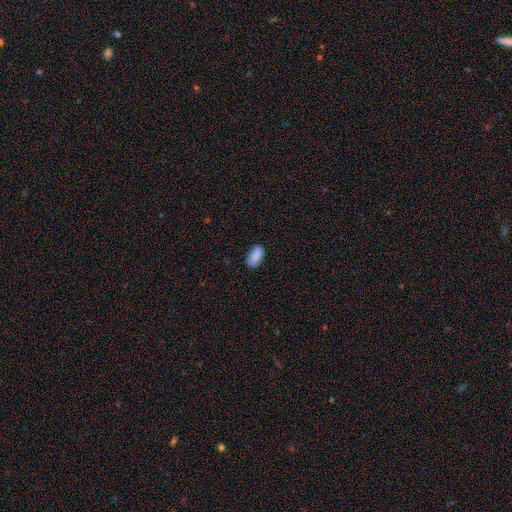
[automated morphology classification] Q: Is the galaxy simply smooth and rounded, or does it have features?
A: smooth — 85%.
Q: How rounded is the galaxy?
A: in between — 92%.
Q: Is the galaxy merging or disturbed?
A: none — 76%.